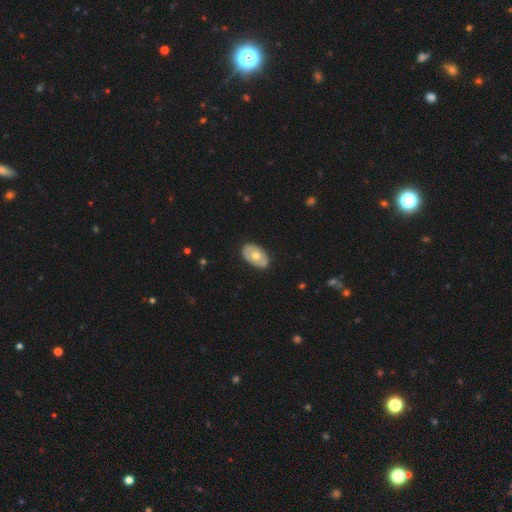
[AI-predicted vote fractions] smooth 55%, featured or disk 40%, star or artifact 5%. Down the decision tree: how rounded — in between (89%); merging — none (86%).